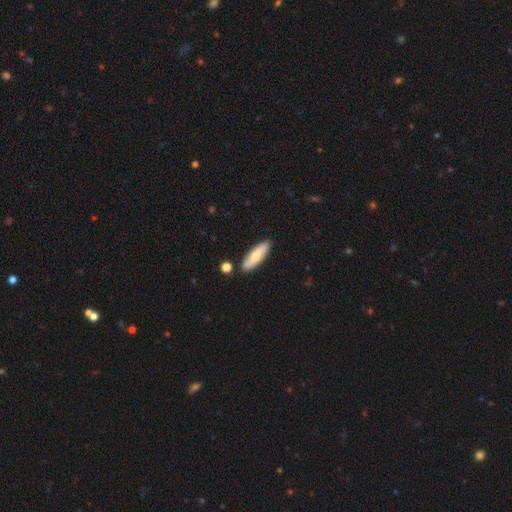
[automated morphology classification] Smooth or featured?
  - smooth: 66% *
  - featured or disk: 29%
  - star or artifact: 6%
How rounded?
  - cigar-shaped: 53% *
  - in between: 45%
  - round: 2%
Merging?
  - none: 85% *
  - minor disturbance: 9%
  - merger: 3%
  - major disturbance: 2%